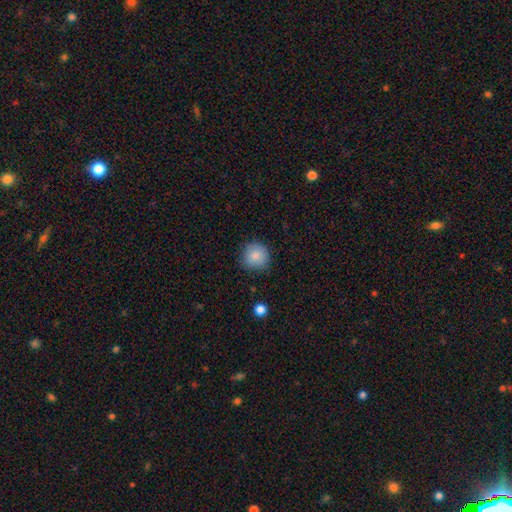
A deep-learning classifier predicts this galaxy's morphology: A smooth galaxy with no disk features (86%) that is round (92%). Merging: none (82%).